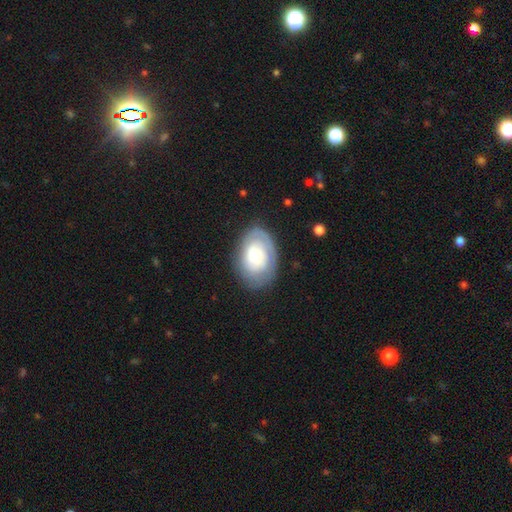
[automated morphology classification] smooth-or-featured: featured or disk: 50% | smooth: 44% | star or artifact: 6%
  disk-edge-on: no: 94% | yes: 6%
  merging: none: 76% | minor disturbance: 17% | major disturbance: 6% | merger: 1%